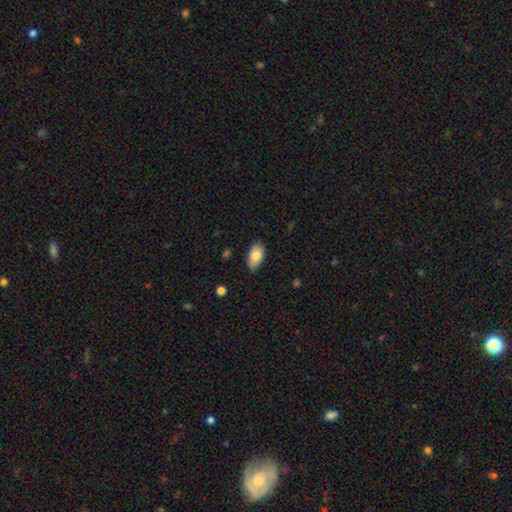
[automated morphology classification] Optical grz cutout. It shows a smooth galaxy with no disk features (80%) that is in between round and cigar-shaped (93%). Merging: none (84%).